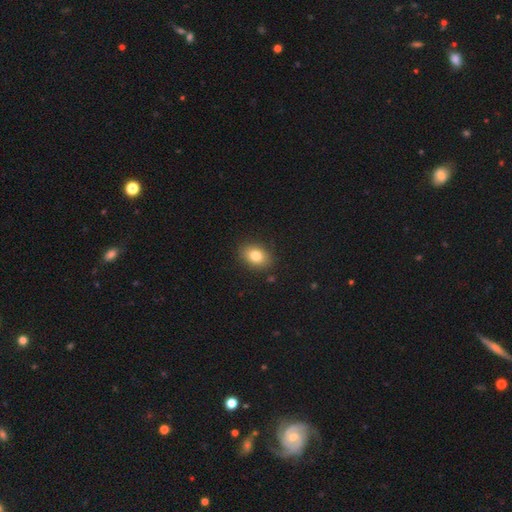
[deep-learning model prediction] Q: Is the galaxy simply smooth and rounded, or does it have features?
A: smooth — 81%.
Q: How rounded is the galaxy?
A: in between — 71%.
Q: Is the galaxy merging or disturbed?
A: none — 88%.